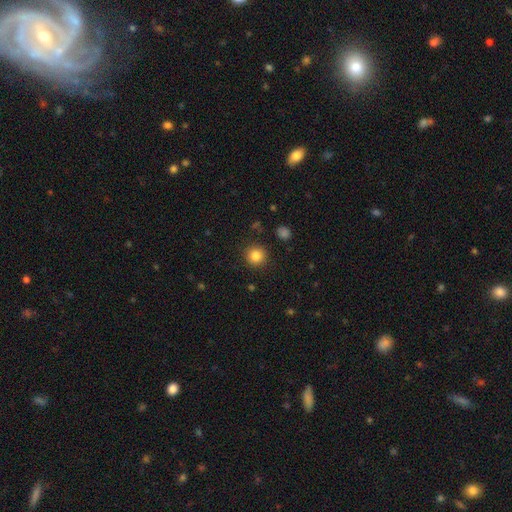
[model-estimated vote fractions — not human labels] Q: Smooth or featured?
A: smooth (84%); runner-up: star or artifact (11%)
Q: How rounded?
A: round (94%); runner-up: in between (5%)
Q: Merging?
A: none (91%); runner-up: minor disturbance (6%)